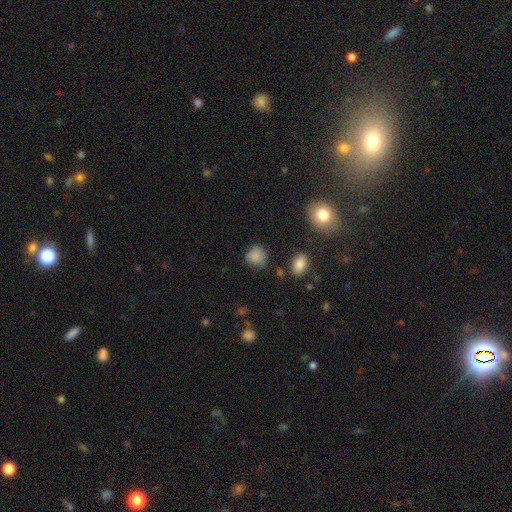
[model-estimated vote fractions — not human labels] Morphology: type=smooth (83%); roundness=round (78%); merging=none (66%).